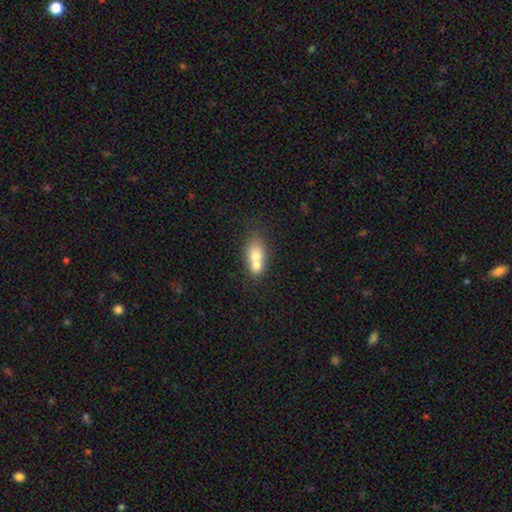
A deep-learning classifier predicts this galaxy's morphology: The model was most divided on "merging": merger: 65%, none: 23%, minor disturbance: 8%, major disturbance: 4%. More confident: how rounded — in between (71%); smooth or featured — smooth (68%).